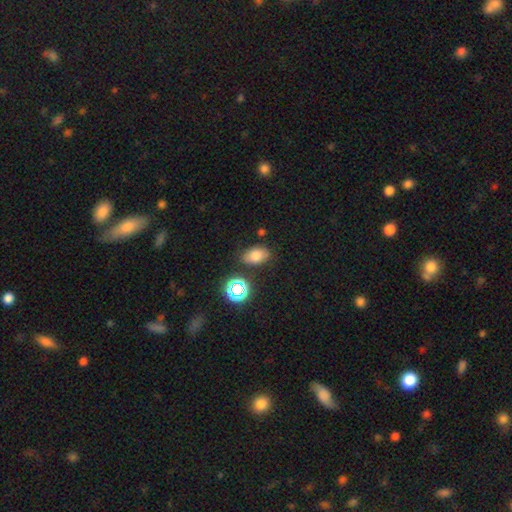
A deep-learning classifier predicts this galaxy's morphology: Smooth or featured? Predicted: smooth (p=0.72). How rounded? Predicted: in between (p=0.84). Merging? Predicted: none (p=0.79).